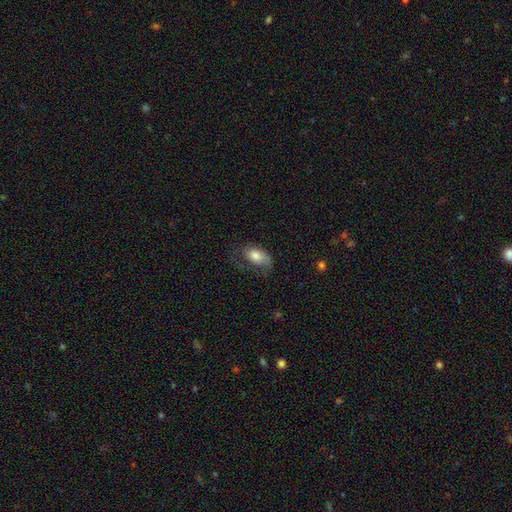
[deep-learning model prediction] Smooth or featured?
  - smooth: 66% *
  - featured or disk: 27%
  - star or artifact: 7%
How rounded?
  - in between: 91% *
  - round: 7%
  - cigar-shaped: 2%
Merging?
  - none: 46% *
  - minor disturbance: 26%
  - major disturbance: 26%
  - merger: 2%